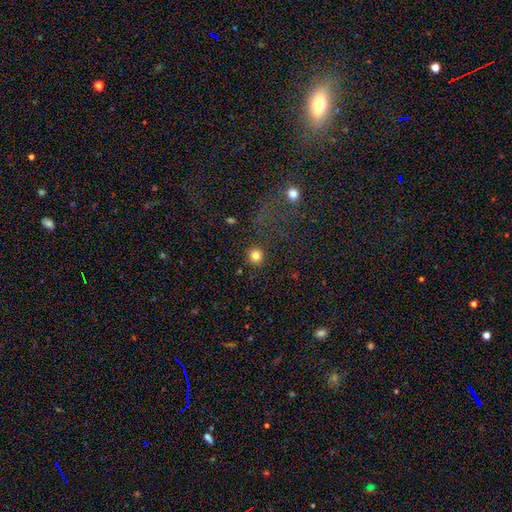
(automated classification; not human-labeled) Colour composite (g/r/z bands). It shows a smooth galaxy with no disk features (82%) that is round (91%). Merging: none (89%).